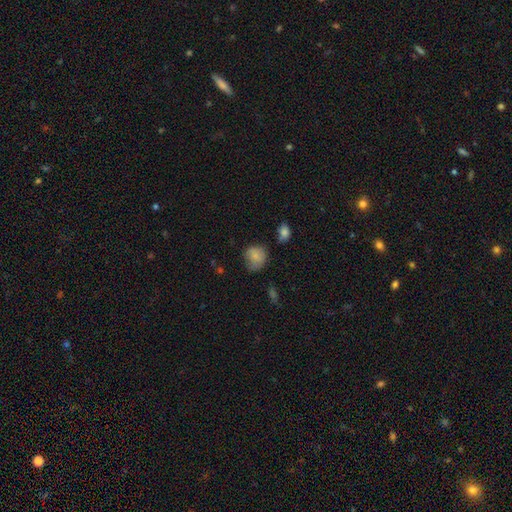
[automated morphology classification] type=smooth (79%); roundness=round (68%); merging=none (51%).